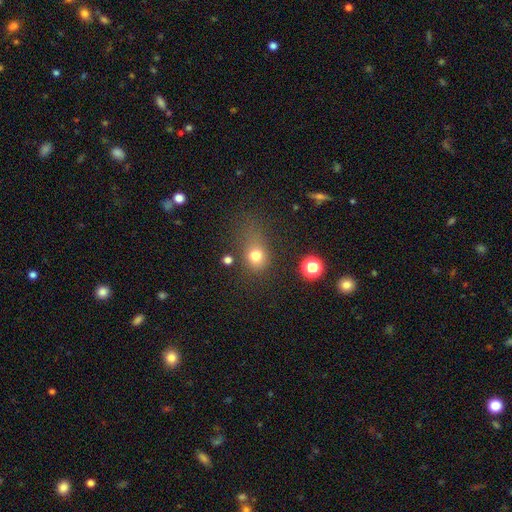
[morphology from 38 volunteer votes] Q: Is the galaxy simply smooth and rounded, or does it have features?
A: smooth — 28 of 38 (74%).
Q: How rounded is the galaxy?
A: in between — 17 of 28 (61%).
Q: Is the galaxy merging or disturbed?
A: none — 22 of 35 (63%).